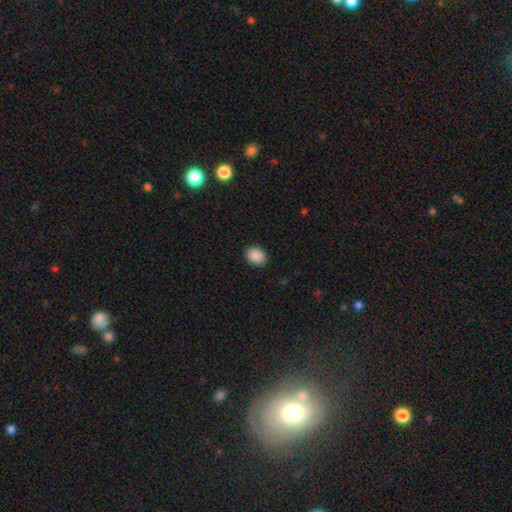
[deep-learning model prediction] smooth-or-featured: smooth: 89% | star or artifact: 8% | featured or disk: 4%
  how-rounded: in between: 61% | round: 38% | cigar-shaped: 1%
  merging: none: 89% | minor disturbance: 8% | major disturbance: 2% | merger: 1%